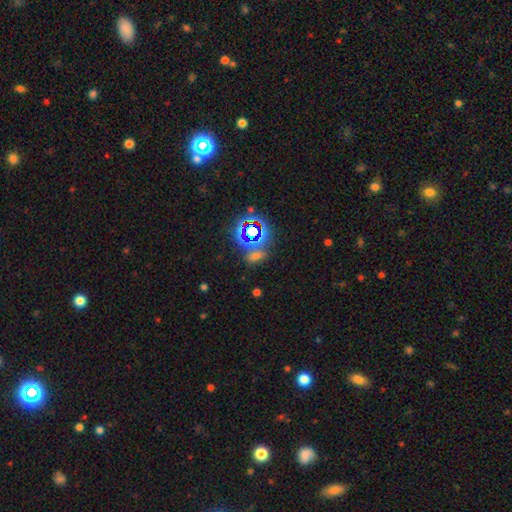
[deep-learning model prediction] Q: Smooth or featured?
A: star or artifact (49%); runner-up: smooth (41%)